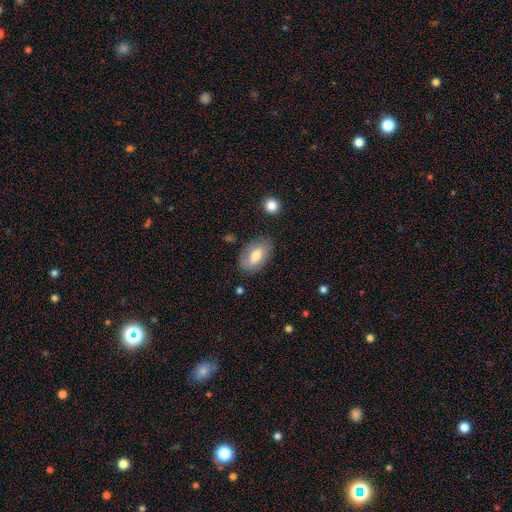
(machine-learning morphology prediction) Smooth or featured? Predicted: smooth (p=0.67). How rounded? Predicted: in between (p=0.92). Merging? Predicted: none (p=0.78).